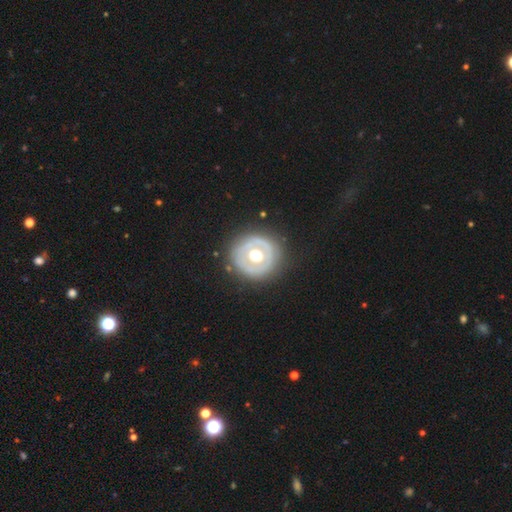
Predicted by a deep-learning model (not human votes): Smooth or featured? Predicted: featured or disk (p=0.55). Edge-on disk? Predicted: no (p=0.95). Bar? Predicted: no (p=0.90). Spiral arms? Predicted: no (p=0.90). Bulge size? Predicted: moderate (p=0.61). Merging? Predicted: none (p=0.83).